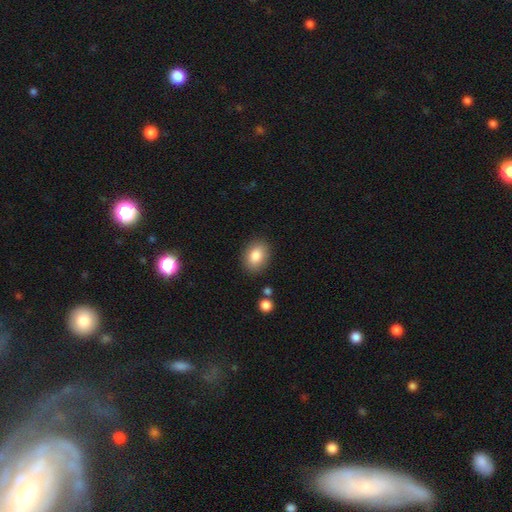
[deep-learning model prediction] Q: Smooth or featured?
A: smooth (84%); runner-up: star or artifact (8%)
Q: How rounded?
A: in between (66%); runner-up: round (33%)
Q: Merging?
A: none (86%); runner-up: minor disturbance (10%)